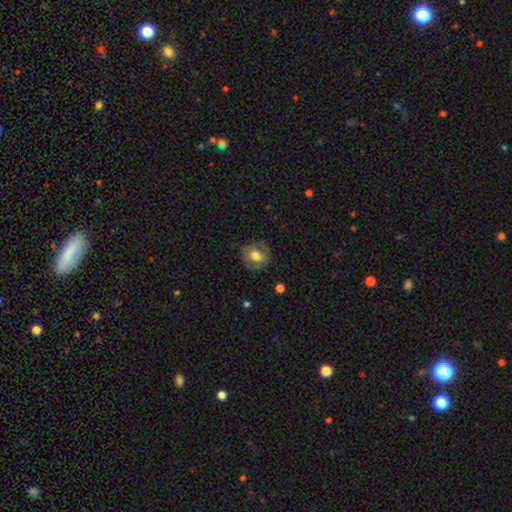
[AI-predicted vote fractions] This appears to be a smooth galaxy with no disk features (60%) that is round (84%). Merging: none (82%).